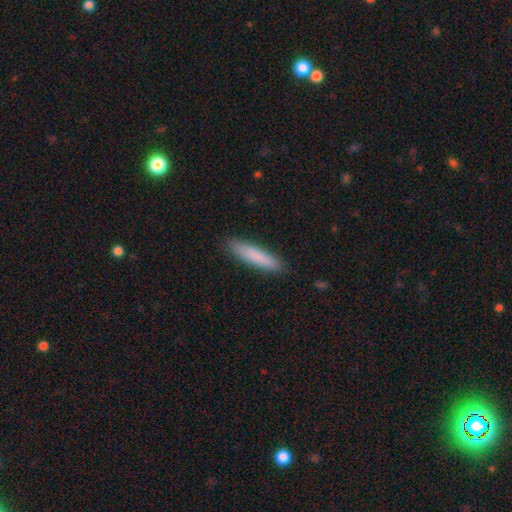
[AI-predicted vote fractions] A smooth galaxy with no disk features (85%) that is cigar-shaped (86%).

Vote fractions:
- Smooth or featured? smooth: 85% / featured or disk: 10% / star or artifact: 6%
- How rounded? cigar-shaped: 86% / in between: 13% / round: 1%
- Merging? none: 90% / minor disturbance: 8% / major disturbance: 2% / merger: 1%